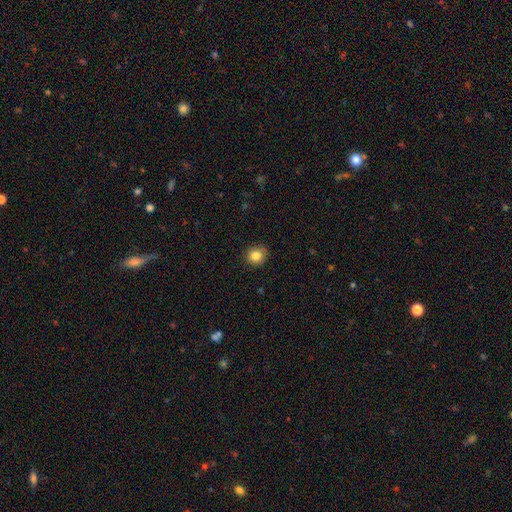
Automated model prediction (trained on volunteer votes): smooth_or_featured: smooth (p=0.84) [alt: star or artifact p=0.10]
how_rounded: round (p=0.87) [alt: in between p=0.12]
merging: none (p=0.87) [alt: minor disturbance p=0.09]